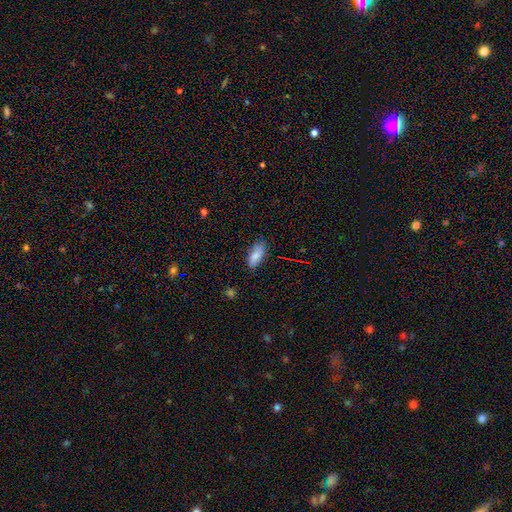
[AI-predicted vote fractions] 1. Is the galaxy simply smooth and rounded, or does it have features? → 80% smooth, 11% featured or disk, 8% star or artifact.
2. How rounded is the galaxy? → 83% in between, 15% cigar-shaped, 2% round.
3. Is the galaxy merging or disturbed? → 76% none, 18% minor disturbance, 3% major disturbance, 2% merger.